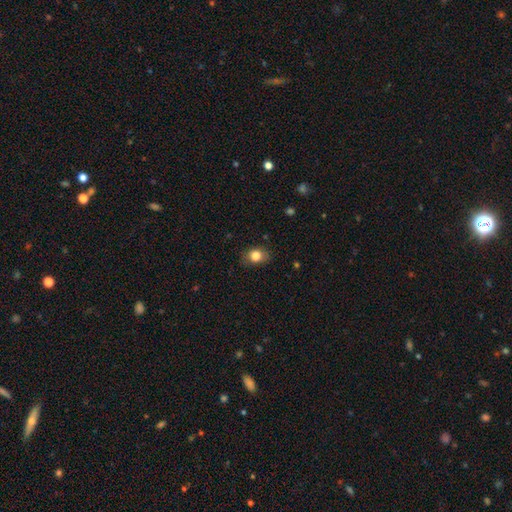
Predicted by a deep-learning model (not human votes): Q: Smooth or featured?
A: smooth (83%); runner-up: star or artifact (10%)
Q: How rounded?
A: in between (52%); runner-up: round (47%)
Q: Merging?
A: none (78%); runner-up: minor disturbance (17%)